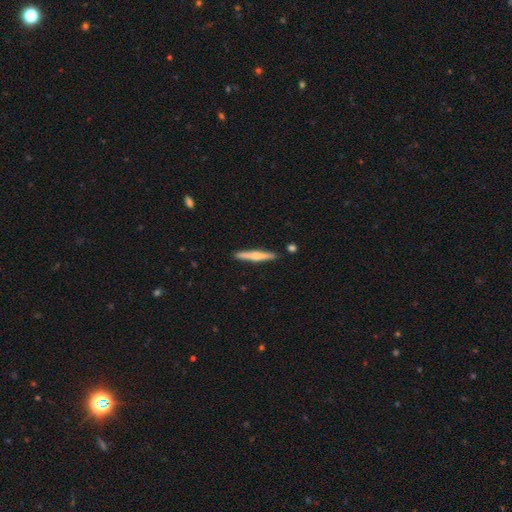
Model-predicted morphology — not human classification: A featured or disk galaxy (57%) viewed edge-on (97%) with a rounded central bulge (86%).

Vote fractions:
- Smooth or featured? featured or disk: 57% / smooth: 37% / star or artifact: 5%
- Edge-on disk? yes: 97% / no: 3%
- Edge-on bulge? rounded: 86% / none: 8% / boxy: 6%
- Merging? none: 89% / minor disturbance: 7% / merger: 2% / major disturbance: 1%